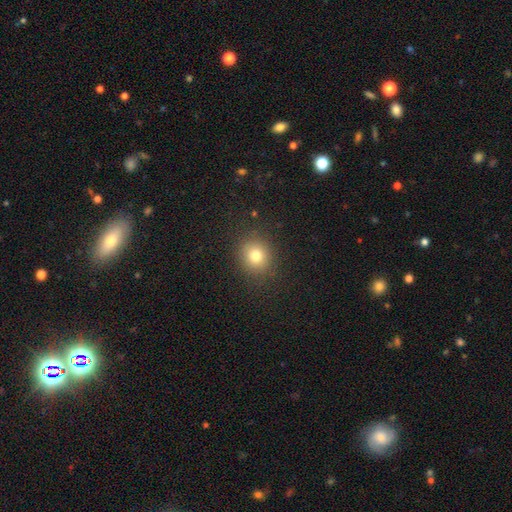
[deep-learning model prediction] The model was most divided on "how rounded": round: 81%, in between: 18%, cigar-shaped: 1%. More confident: merging — none (88%); smooth or featured — smooth (78%).